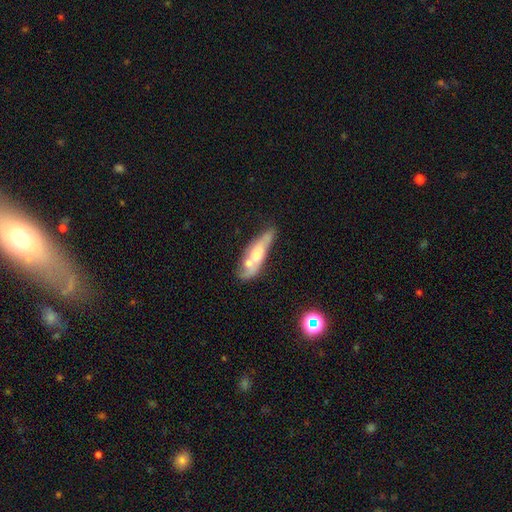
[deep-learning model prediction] A featured or disk galaxy (47%).

Vote fractions:
- Smooth or featured? featured or disk: 47% / smooth: 45% / star or artifact: 8%
- Merging? none: 35% / merger: 26% / minor disturbance: 25% / major disturbance: 14%